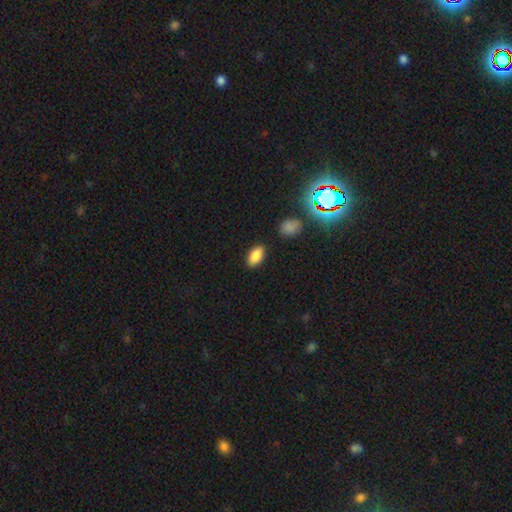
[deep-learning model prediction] The model was most divided on "merging": none: 85%, minor disturbance: 10%, major disturbance: 3%, merger: 2%. More confident: how rounded — in between (93%); smooth or featured — smooth (86%).